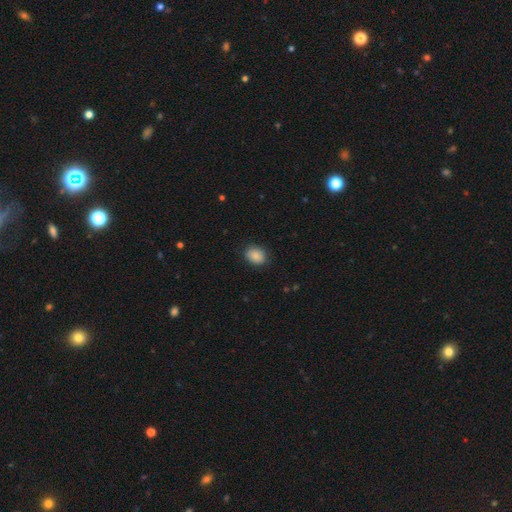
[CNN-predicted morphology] smooth-or-featured: smooth: 88% | star or artifact: 8% | featured or disk: 4%
  how-rounded: in between: 62% | round: 37% | cigar-shaped: 1%
  merging: none: 86% | minor disturbance: 10% | major disturbance: 3% | merger: 1%